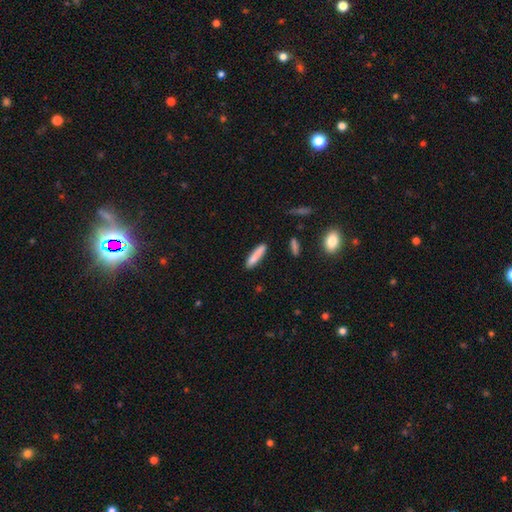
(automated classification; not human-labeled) Smooth or featured?
  - smooth: 84% *
  - featured or disk: 9%
  - star or artifact: 7%
How rounded?
  - cigar-shaped: 84% *
  - in between: 14%
  - round: 1%
Merging?
  - none: 85% *
  - minor disturbance: 10%
  - merger: 2%
  - major disturbance: 2%